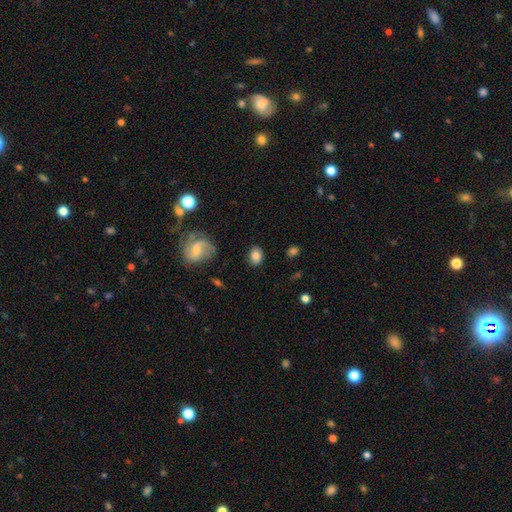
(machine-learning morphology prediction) A smooth galaxy with no disk features (77%) that is in between round and cigar-shaped (63%).

Vote fractions:
- Smooth or featured? smooth: 77% / featured or disk: 15% / star or artifact: 8%
- How rounded? in between: 63% / round: 36% / cigar-shaped: 1%
- Merging? none: 82% / minor disturbance: 12% / major disturbance: 4% / merger: 2%